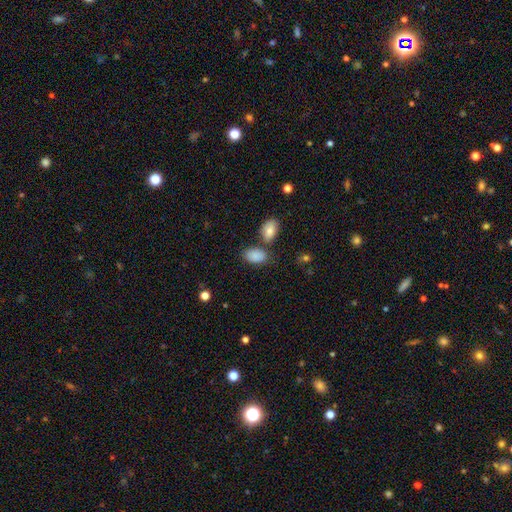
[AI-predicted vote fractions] This is clearly a smooth galaxy (87%). How rounded: clearly in between (92%). Merging: likely none (65%).